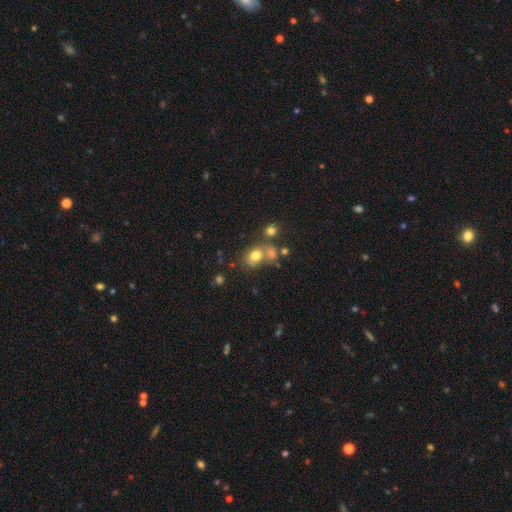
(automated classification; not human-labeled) A smooth galaxy with no disk features (74%) that is round (57%). Merging: none (46%).